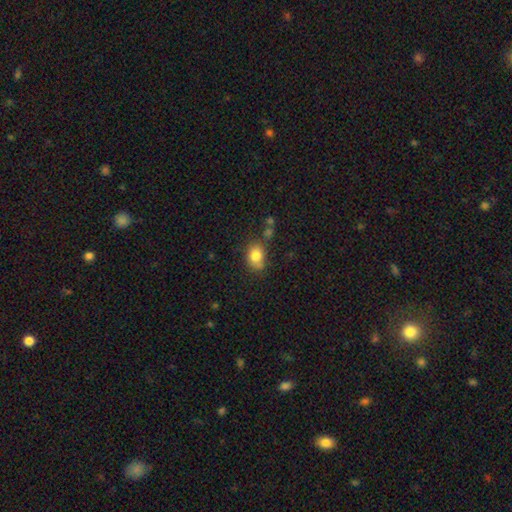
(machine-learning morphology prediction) Smooth or featured? Predicted: smooth (p=0.83). How rounded? Predicted: in between (p=0.65). Merging? Predicted: none (p=0.63).